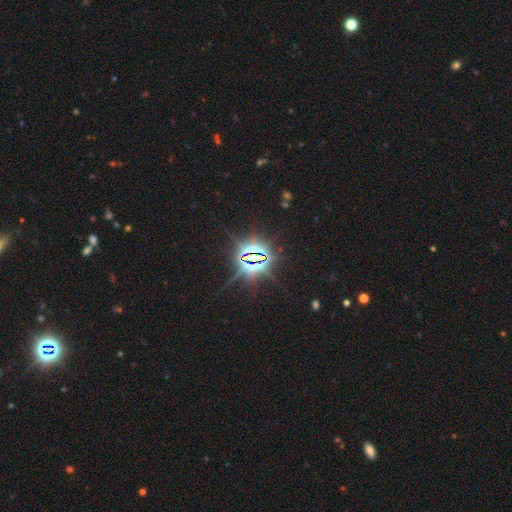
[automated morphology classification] smooth_or_featured: star or artifact (p=0.84) [alt: featured or disk p=0.08]